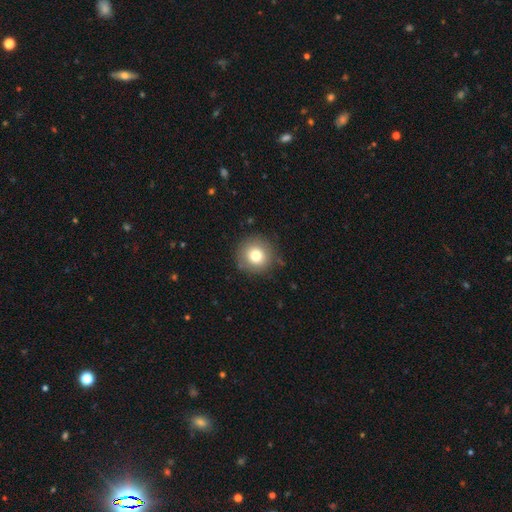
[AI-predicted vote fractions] Smooth or featured?
  - smooth: 77% *
  - featured or disk: 12%
  - star or artifact: 11%
How rounded?
  - round: 95% *
  - in between: 5%
  - cigar-shaped: 1%
Merging?
  - none: 87% *
  - minor disturbance: 8%
  - major disturbance: 3%
  - merger: 1%